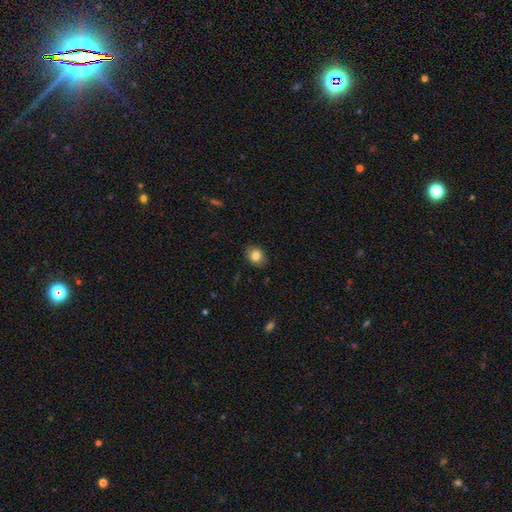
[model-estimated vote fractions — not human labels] Smooth or featured? smooth (83%)
How rounded? round (51%)
Merging? none (88%)